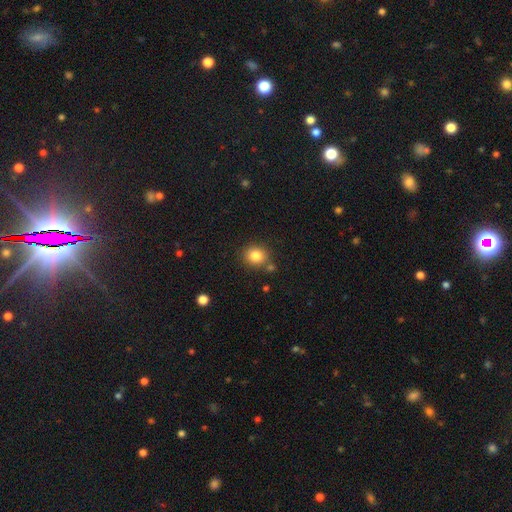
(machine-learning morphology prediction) Q: Smooth or featured?
A: smooth (83%); runner-up: star or artifact (11%)
Q: How rounded?
A: round (82%); runner-up: in between (17%)
Q: Merging?
A: none (78%); runner-up: minor disturbance (10%)